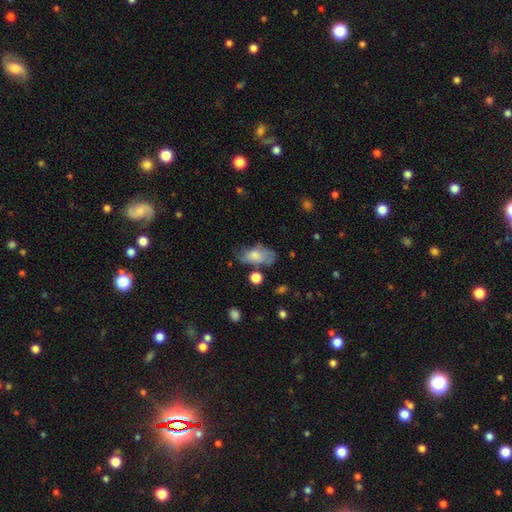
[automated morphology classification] Overall: smooth (65%; featured or disk 27%). How rounded: in between (91%). Merging: none (44%; minor disturbance 30%).